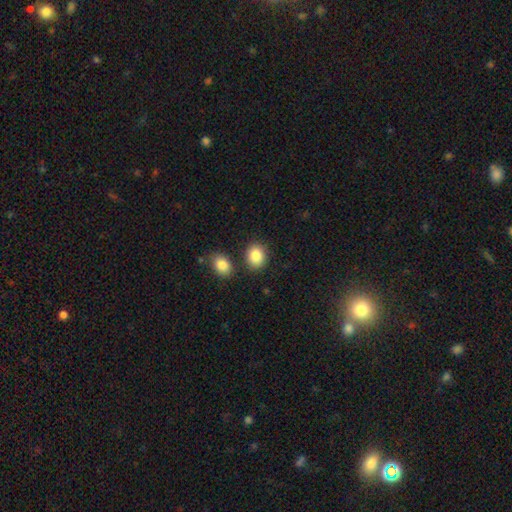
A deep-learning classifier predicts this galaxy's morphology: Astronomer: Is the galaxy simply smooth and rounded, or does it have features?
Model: smooth — 86%.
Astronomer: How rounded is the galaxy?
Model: round — 58% (runner-up: in between, 41%).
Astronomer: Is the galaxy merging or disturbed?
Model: none — 79%.